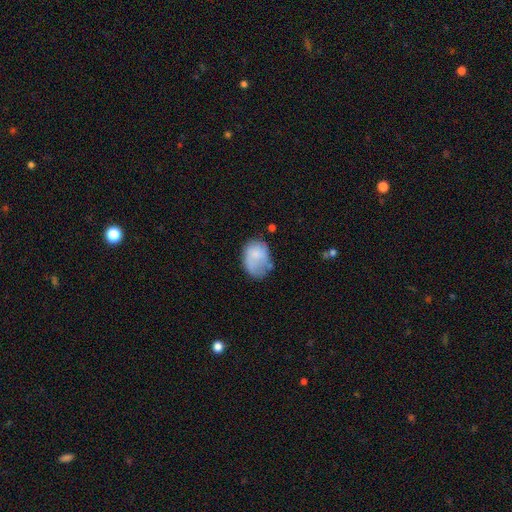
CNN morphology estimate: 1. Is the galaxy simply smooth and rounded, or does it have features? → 71% smooth, 21% featured or disk, 8% star or artifact.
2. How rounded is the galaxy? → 72% in between, 27% round, 1% cigar-shaped.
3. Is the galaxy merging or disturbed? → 36% none, 35% minor disturbance, 22% major disturbance, 7% merger.